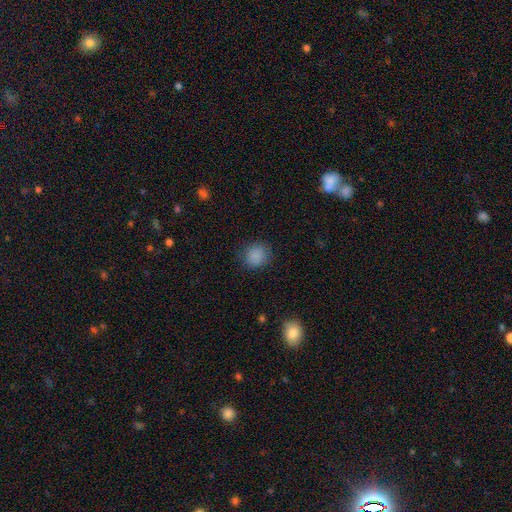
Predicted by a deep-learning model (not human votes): Smooth or featured?
  - smooth: 86% *
  - star or artifact: 11%
  - featured or disk: 3%
How rounded?
  - round: 80% *
  - in between: 19%
  - cigar-shaped: 1%
Merging?
  - none: 85% *
  - minor disturbance: 11%
  - major disturbance: 3%
  - merger: 1%